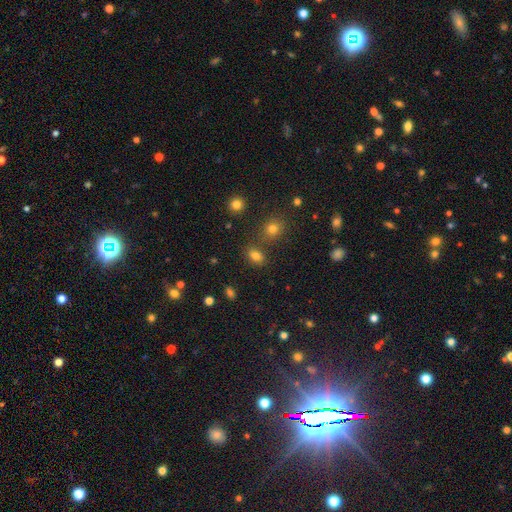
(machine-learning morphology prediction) Smooth or featured?
  - smooth: 79% *
  - star or artifact: 15%
  - featured or disk: 6%
How rounded?
  - in between: 69% *
  - round: 29%
  - cigar-shaped: 2%
Merging?
  - none: 73% *
  - merger: 12%
  - minor disturbance: 11%
  - major disturbance: 4%